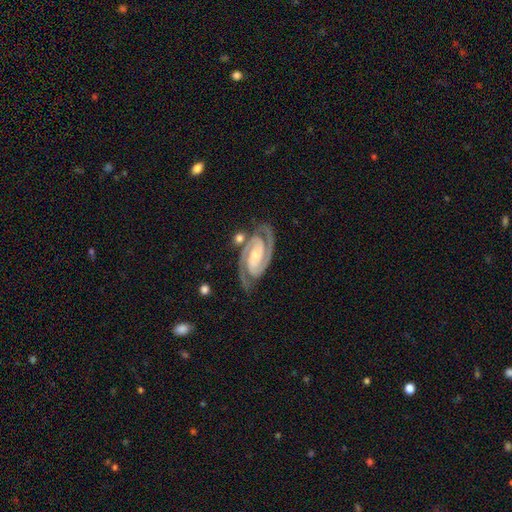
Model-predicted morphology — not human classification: This is clearly a featured or disk galaxy (93%). It is clearly not viewed edge-on (97%). Bar: marginally no (44%). Spiral arm pattern: clearly yes (99%). Spiral arm count: clearly 2 (93%). Spiral winding: likely tight (68%). Central bulge: possibly small (54%). Merging: likely none (79%).